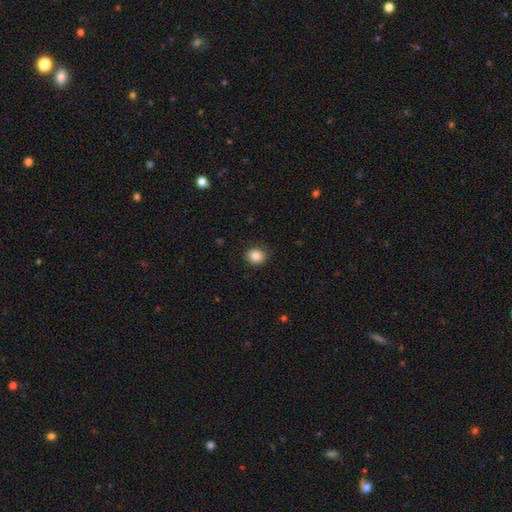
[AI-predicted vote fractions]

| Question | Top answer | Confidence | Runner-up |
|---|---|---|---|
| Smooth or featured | smooth | 85% | star or artifact (10%) |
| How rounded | round | 80% | in between (19%) |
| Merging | none | 88% | minor disturbance (9%) |